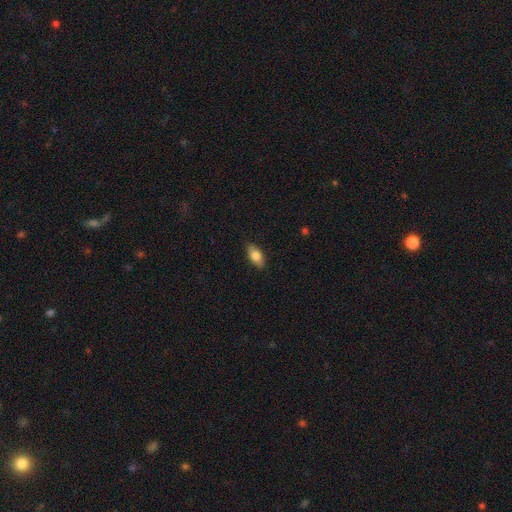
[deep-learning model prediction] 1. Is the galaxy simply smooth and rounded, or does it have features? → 76% smooth, 18% featured or disk, 7% star or artifact.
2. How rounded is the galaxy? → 88% in between, 8% cigar-shaped, 4% round.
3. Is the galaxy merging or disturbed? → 85% none, 12% minor disturbance, 2% major disturbance, 1% merger.